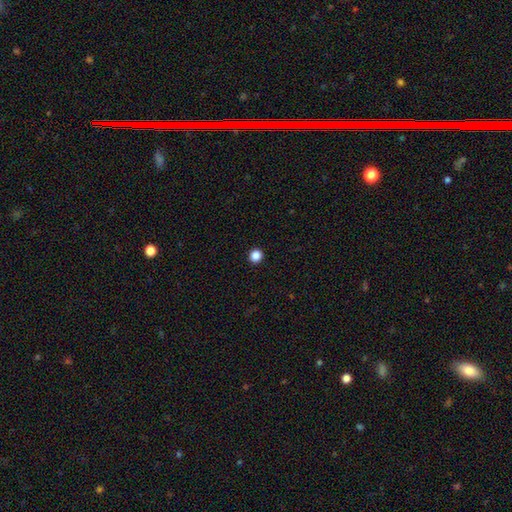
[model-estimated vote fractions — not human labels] This appears to be a smooth galaxy with no disk features (86%) that is round (93%). Merging: none (94%).